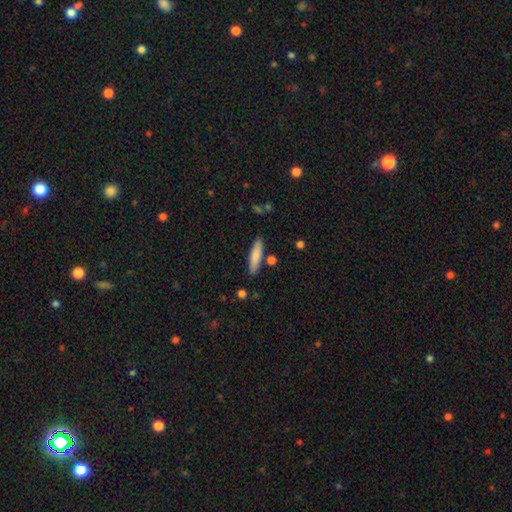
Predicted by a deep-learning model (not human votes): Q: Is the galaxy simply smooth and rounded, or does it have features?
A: smooth — 80%.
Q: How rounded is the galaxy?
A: cigar-shaped — 79%.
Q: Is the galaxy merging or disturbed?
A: none — 84%.